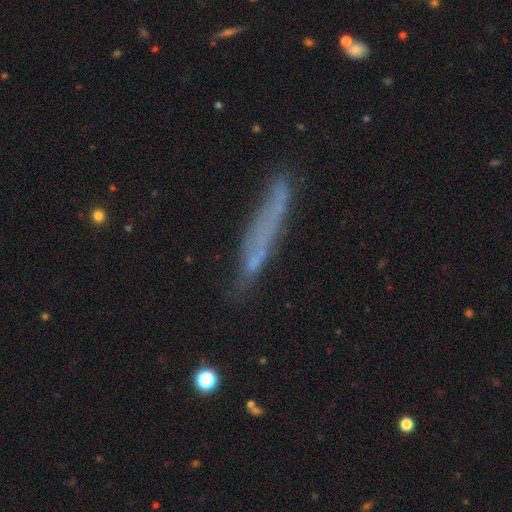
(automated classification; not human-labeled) A smooth galaxy with no disk features (48%). Merging: none (62%).